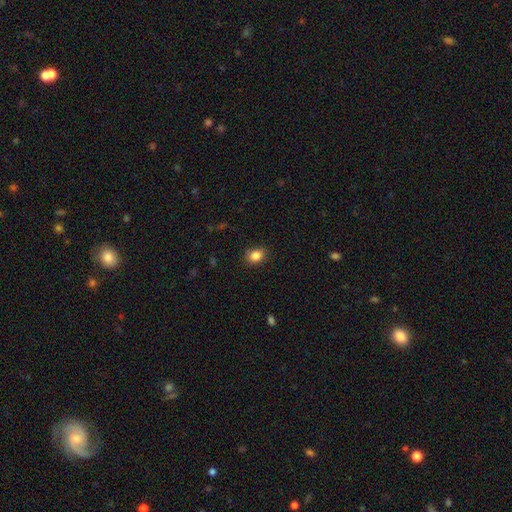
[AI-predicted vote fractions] smooth 86%, star or artifact 10%, featured or disk 4%. Down the decision tree: how rounded — in between (52%); merging — none (84%).